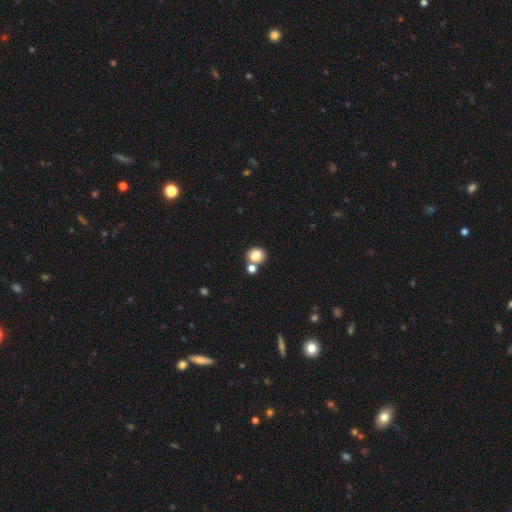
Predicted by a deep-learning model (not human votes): Smooth or featured? Predicted: smooth (p=0.81). How rounded? Predicted: round (p=0.74). Merging? Predicted: none (p=0.54).